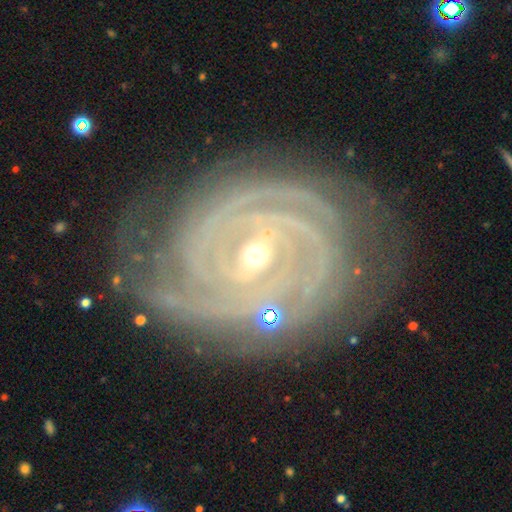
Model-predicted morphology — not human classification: A featured or disk galaxy (91%) with no bar (40%), 2 (29%) tight (84%) spiral arms (98%) and a small central bulge (59%).

Vote fractions:
- Smooth or featured? featured or disk: 91% / star or artifact: 5% / smooth: 4%
- Edge-on disk? no: 97% / yes: 3%
- Bar? no: 40% / weak: 36% / strong: 24%
- Spiral arms? yes: 98% / no: 2%
- Spiral winding? tight: 84% / medium: 14% / loose: 2%
- Spiral arm count? 2: 29% / 3: 25% / 4: 16% / can't tell: 14% / more than 4: 9% / 1: 7%
- Bulge size? small: 59% / moderate: 38% / large: 2% / none: 1% / dominant: 1%
- Merging? none: 70% / minor disturbance: 19% / major disturbance: 8% / merger: 3%